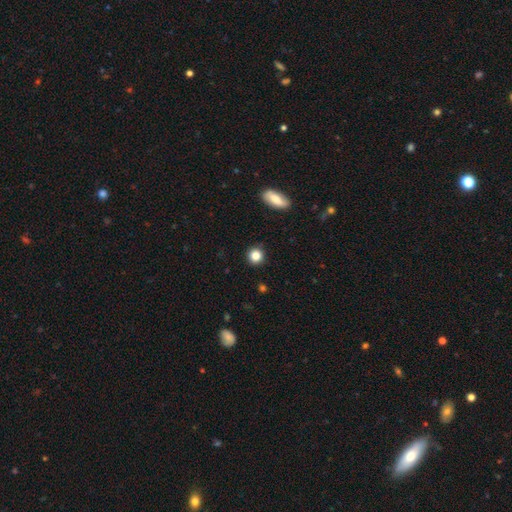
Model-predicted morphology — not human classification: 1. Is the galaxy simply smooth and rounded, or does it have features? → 85% smooth, 10% star or artifact, 5% featured or disk.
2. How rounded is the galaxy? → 90% round, 9% in between, 1% cigar-shaped.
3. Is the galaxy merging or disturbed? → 90% none, 7% minor disturbance, 2% major disturbance, 1% merger.